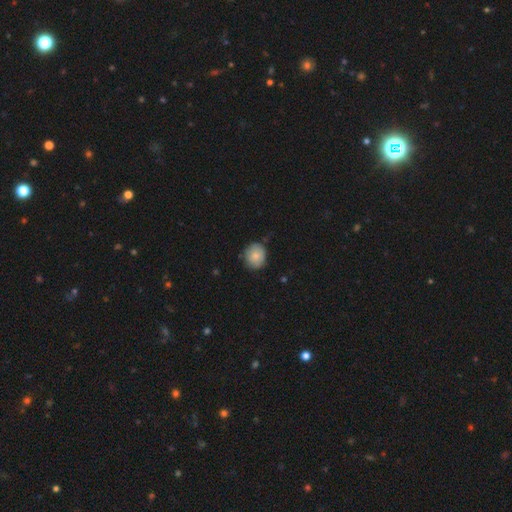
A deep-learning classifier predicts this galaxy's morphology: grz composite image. It shows a smooth galaxy with no disk features (82%) that is round (76%). Merging: none (76%).